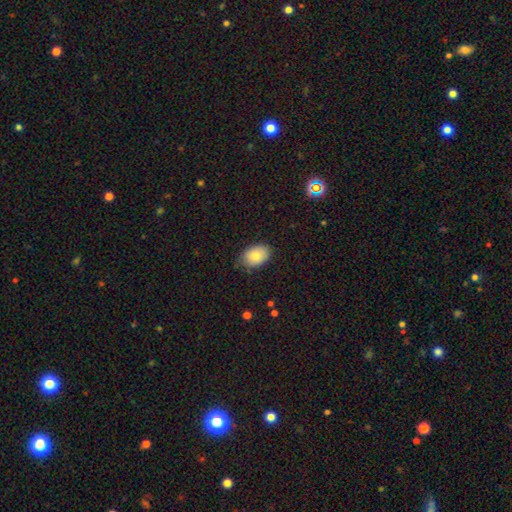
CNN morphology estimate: type=smooth (80%); roundness=in between (82%); merging=none (78%).